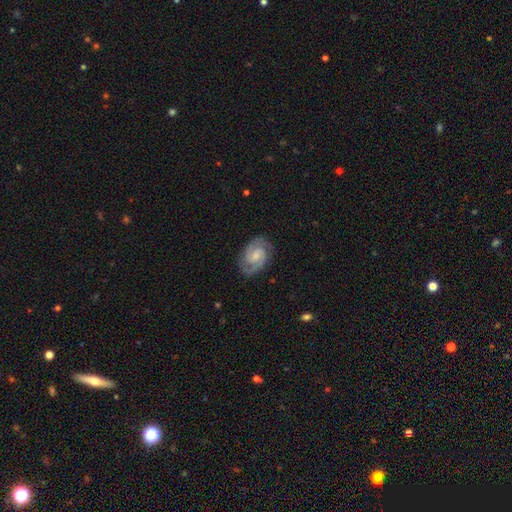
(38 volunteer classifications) smooth_or_featured: featured or disk (p=0.92) [alt: star or artifact p=0.08]
disk_edge_on: no (p=1.00)
bar: no (p=0.51) [alt: weak p=0.40]
has_spiral_arms: yes (p=0.97) [alt: no p=0.03]
spiral_winding: medium (p=0.50) [alt: tight p=0.41]
spiral_arm_count: 2 (p=0.88) [alt: 3 p=0.06]
bulge_size: moderate (p=0.46) [alt: small p=0.34]
merging: none (p=0.91) [alt: minor disturbance p=0.09]